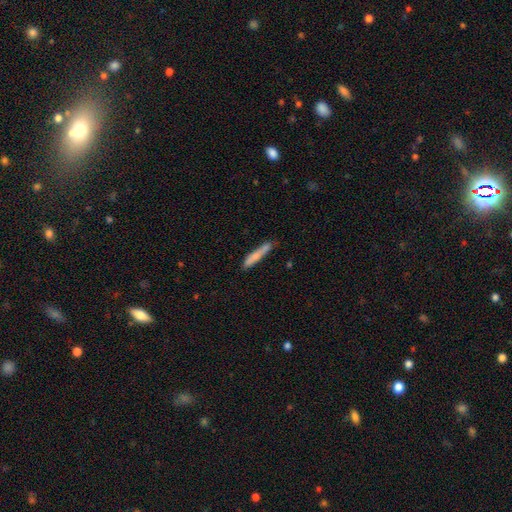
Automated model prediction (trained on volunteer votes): Morphology: type=smooth (74%); roundness=cigar-shaped (93%); merging=none (73%).